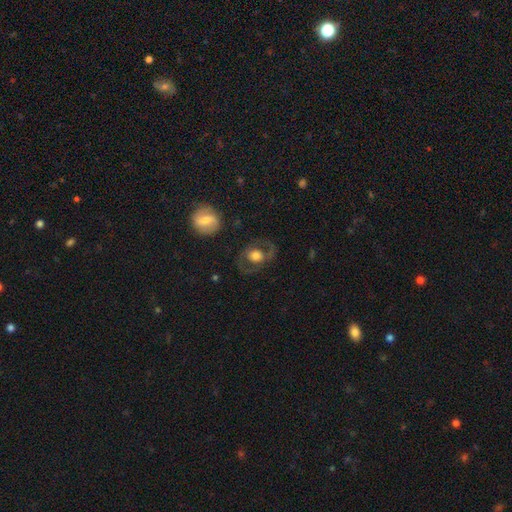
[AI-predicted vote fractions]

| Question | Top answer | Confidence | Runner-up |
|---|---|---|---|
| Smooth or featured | featured or disk | 55% | smooth (38%) |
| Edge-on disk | no | 93% | yes (7%) |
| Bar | no | 70% | weak (21%) |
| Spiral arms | no | 53% | yes (47%) |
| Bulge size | moderate | 44% | large (40%) |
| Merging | none | 72% | minor disturbance (13%) |